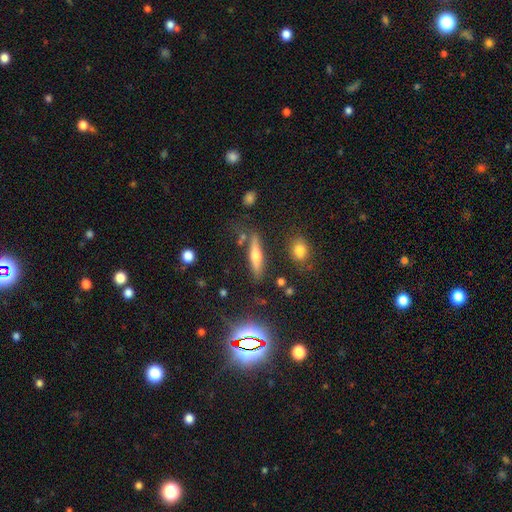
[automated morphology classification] A featured or disk galaxy (49%).

Vote fractions:
- Smooth or featured? featured or disk: 49% / smooth: 42% / star or artifact: 9%
- Merging? none: 78% / minor disturbance: 12% / merger: 6% / major disturbance: 4%